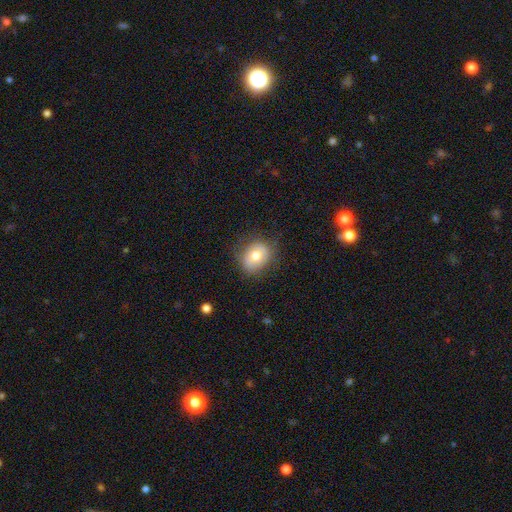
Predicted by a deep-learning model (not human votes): This is likely a smooth galaxy (72%). How rounded: possibly round (54%). Merging: likely none (78%).